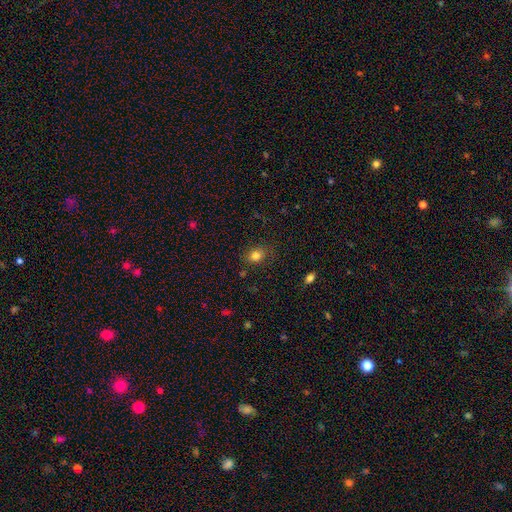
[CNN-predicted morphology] A smooth galaxy with no disk features (82%) that is round (52%). Merging: none (81%).